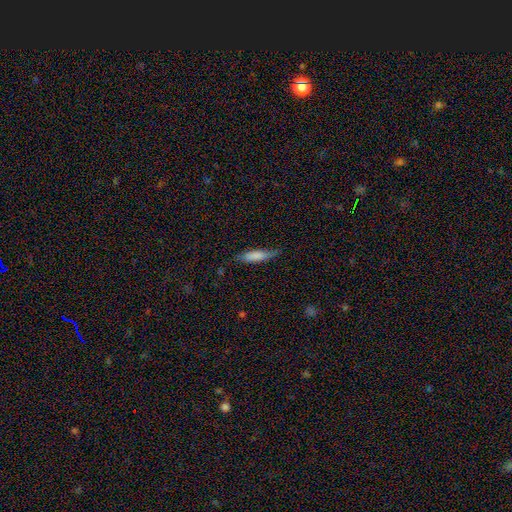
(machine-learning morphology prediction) The model was most divided on "how rounded": cigar-shaped: 66%, in between: 32%, round: 2%. More confident: smooth or featured — smooth (75%); merging — none (67%).